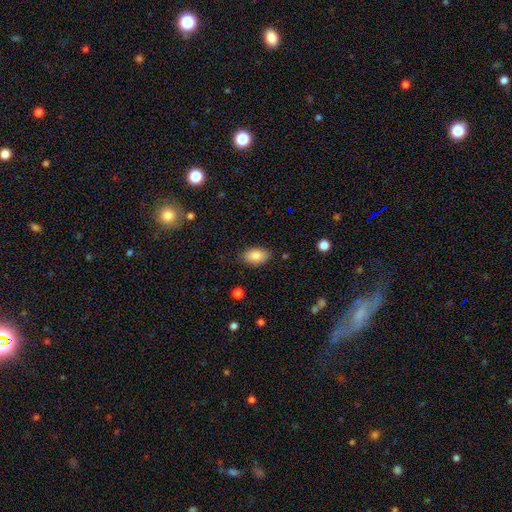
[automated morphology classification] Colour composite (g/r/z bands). It shows a smooth galaxy with no disk features (85%) that is in between round and cigar-shaped (93%). Merging: none (85%).